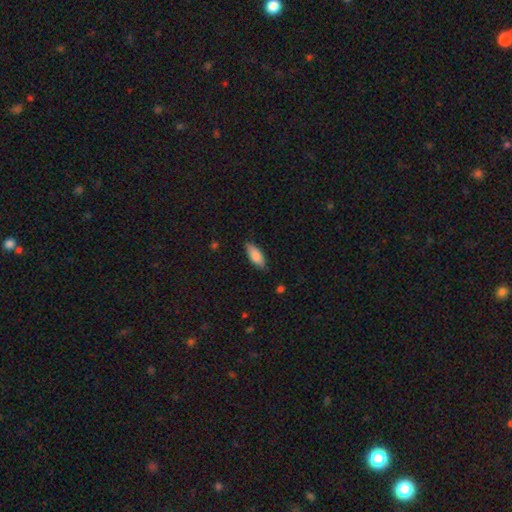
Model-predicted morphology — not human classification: Q: Smooth or featured?
A: smooth (84%); runner-up: featured or disk (10%)
Q: How rounded?
A: in between (79%); runner-up: cigar-shaped (19%)
Q: Merging?
A: none (81%); runner-up: minor disturbance (16%)